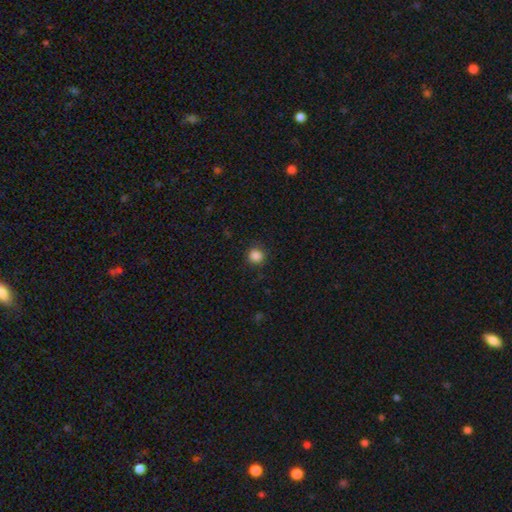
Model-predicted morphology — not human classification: Q: Smooth or featured?
A: smooth (86%); runner-up: star or artifact (11%)
Q: How rounded?
A: round (90%); runner-up: in between (9%)
Q: Merging?
A: none (88%); runner-up: minor disturbance (8%)